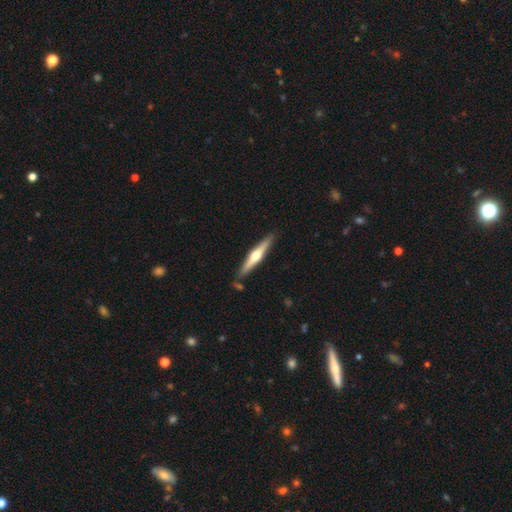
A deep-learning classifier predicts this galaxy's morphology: Smooth or featured: featured or disk — 63% (smooth — 32%)
Edge-on disk: yes — 97% (no — 3%)
Edge-on bulge: rounded — 92% (none — 5%)
Merging: none — 85% (minor disturbance — 10%)